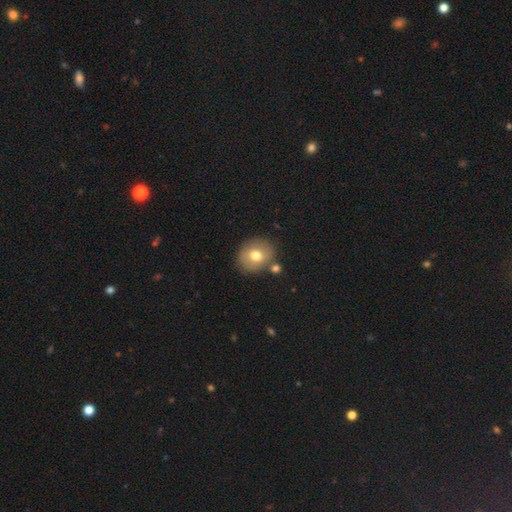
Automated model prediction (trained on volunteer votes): The model was most divided on "how rounded": round: 70%, in between: 29%, cigar-shaped: 1%. More confident: merging — none (77%); smooth or featured — smooth (71%).